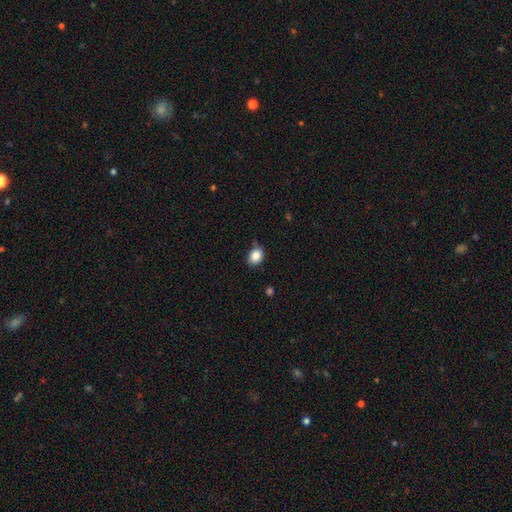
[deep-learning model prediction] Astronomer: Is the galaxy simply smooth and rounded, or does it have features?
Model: smooth — 86%.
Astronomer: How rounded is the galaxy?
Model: in between — 57% (runner-up: round, 42%).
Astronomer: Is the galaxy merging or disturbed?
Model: none — 74%.